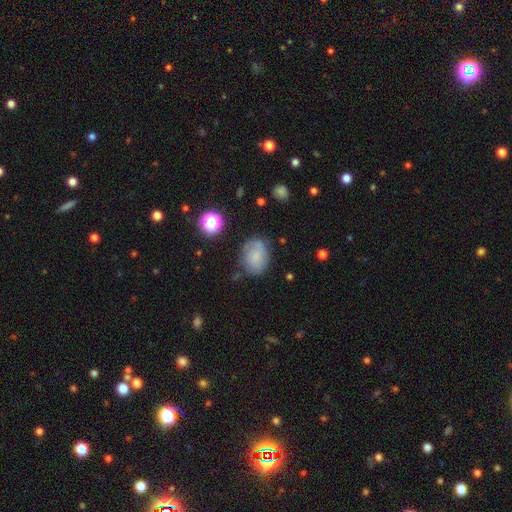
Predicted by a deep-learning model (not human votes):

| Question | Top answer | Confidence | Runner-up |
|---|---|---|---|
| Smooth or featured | smooth | 64% | featured or disk (24%) |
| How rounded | in between | 61% | round (38%) |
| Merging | none | 66% | minor disturbance (23%) |